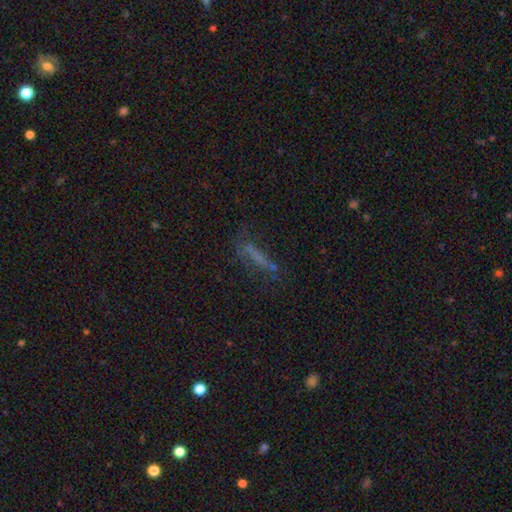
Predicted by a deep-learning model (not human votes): A smooth galaxy with no disk features (50%).

Vote fractions:
- Smooth or featured? smooth: 50% / featured or disk: 29% / star or artifact: 21%
- Merging? none: 54% / minor disturbance: 22% / major disturbance: 19% / merger: 4%